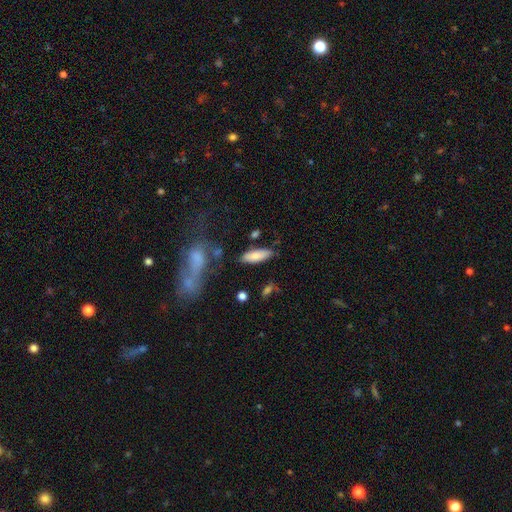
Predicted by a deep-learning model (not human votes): A smooth galaxy with no disk features (80%) that is in between round and cigar-shaped (61%). Merging: none (76%).